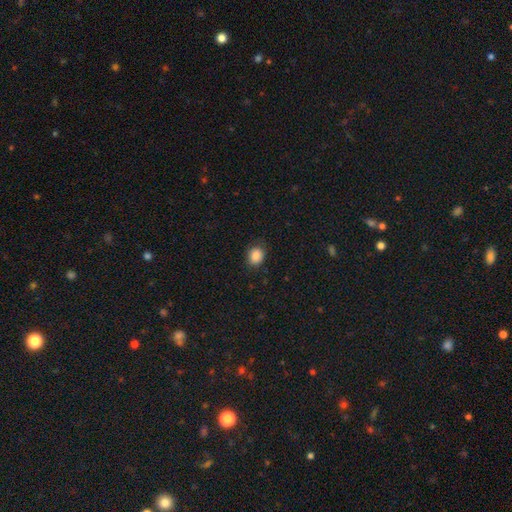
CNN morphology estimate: The model was most divided on "how rounded": round: 55%, in between: 44%, cigar-shaped: 1%. More confident: smooth or featured — smooth (87%); merging — none (82%).